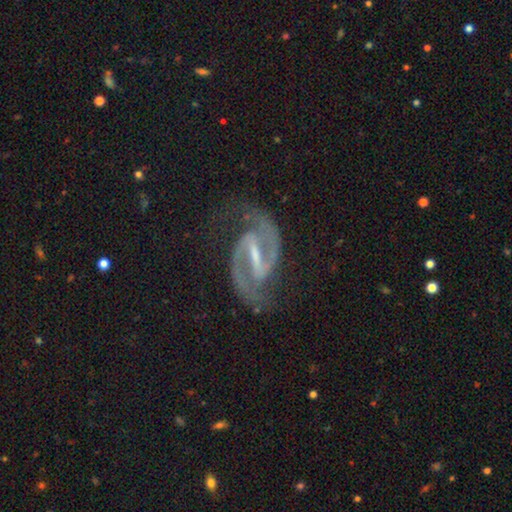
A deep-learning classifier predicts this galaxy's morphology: The model was most divided on "bulge size": small: 53%, moderate: 26%, none: 18%, large: 2%, dominant: 1%. More confident: spiral arms — yes (98%); edge-on disk — no (98%); spiral arm count — 2 (95%); smooth or featured — featured or disk (93%); merging — none (78%); bar — strong (67%); spiral winding — medium (63%).